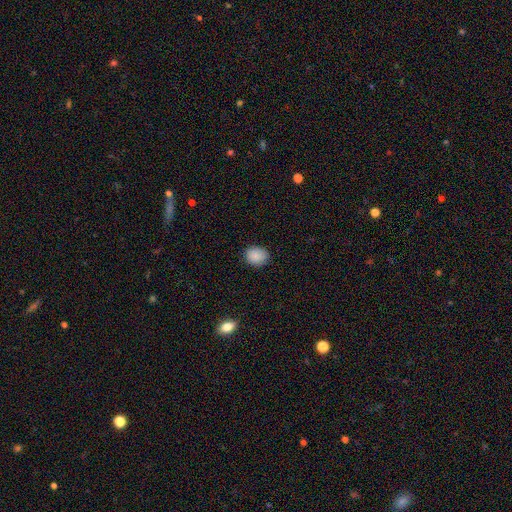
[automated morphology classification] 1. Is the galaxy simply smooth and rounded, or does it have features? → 88% smooth, 9% star or artifact, 3% featured or disk.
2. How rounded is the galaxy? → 64% round, 35% in between, 1% cigar-shaped.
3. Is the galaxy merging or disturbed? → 87% none, 10% minor disturbance, 2% major disturbance, 1% merger.